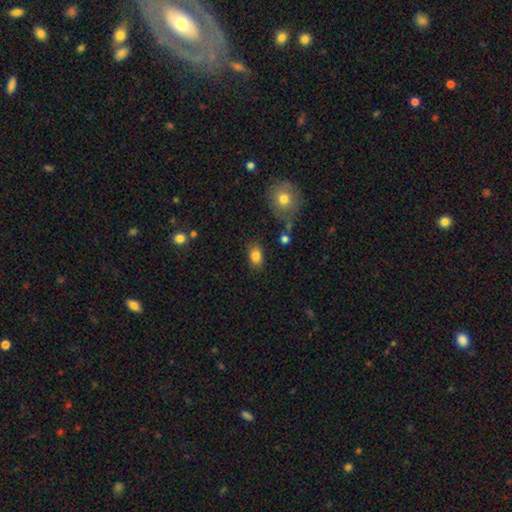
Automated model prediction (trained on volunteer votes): This appears to be a smooth galaxy with no disk features (84%) that is in between round and cigar-shaped (80%). Merging: none (81%).